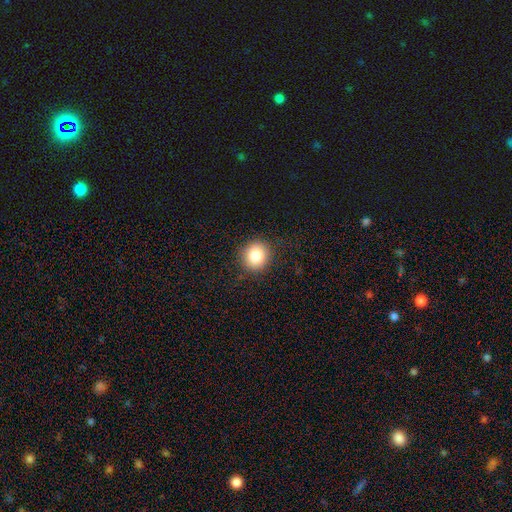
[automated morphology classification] This is clearly a smooth galaxy (84%). How rounded: clearly round (86%). Merging: clearly none (88%).